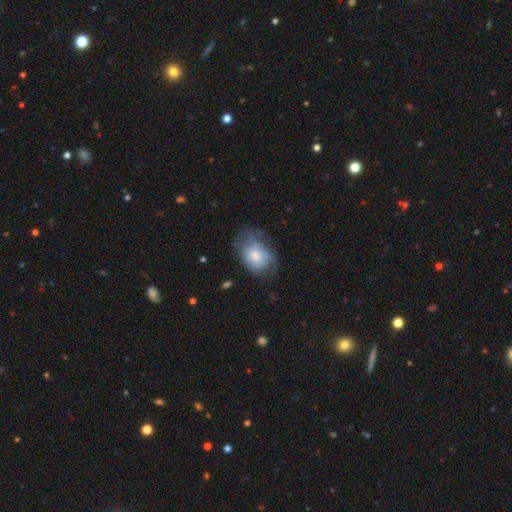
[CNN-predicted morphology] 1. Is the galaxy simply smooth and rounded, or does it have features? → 51% smooth, 41% featured or disk, 8% star or artifact.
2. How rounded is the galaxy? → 70% in between, 28% round, 1% cigar-shaped.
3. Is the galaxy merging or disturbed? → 42% none, 30% minor disturbance, 26% major disturbance, 2% merger.